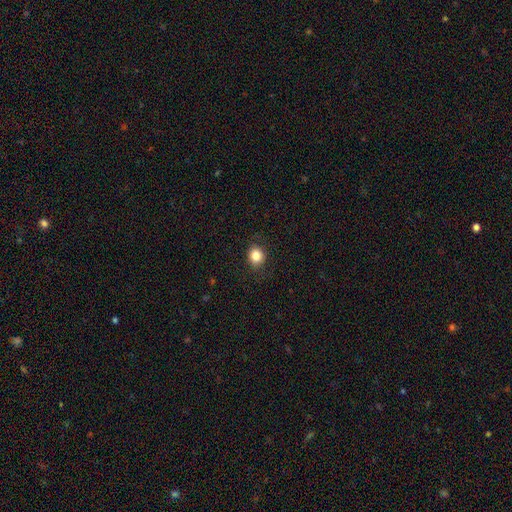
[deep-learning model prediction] Morphology: type=smooth (84%); roundness=round (71%); merging=none (86%).